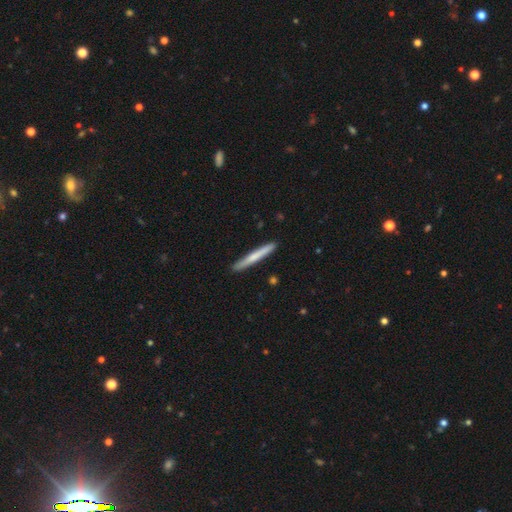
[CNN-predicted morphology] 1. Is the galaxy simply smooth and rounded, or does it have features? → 62% smooth, 33% featured or disk, 5% star or artifact.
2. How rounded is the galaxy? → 96% cigar-shaped, 2% in between, 1% round.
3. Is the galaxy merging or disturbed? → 91% none, 7% minor disturbance, 1% major disturbance, 1% merger.